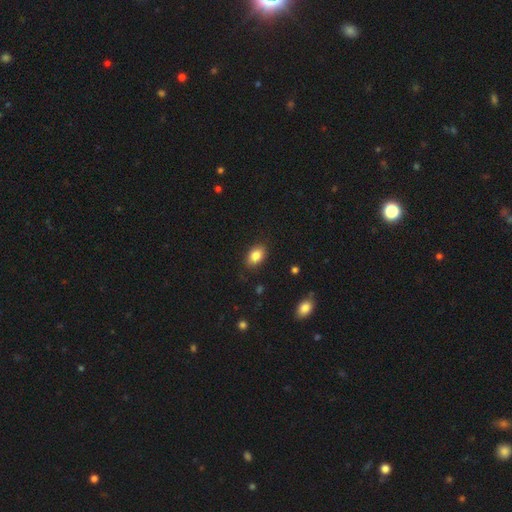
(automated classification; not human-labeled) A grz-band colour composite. It shows a smooth galaxy with no disk features (85%) that is in between round and cigar-shaped (85%). Merging: none (86%).